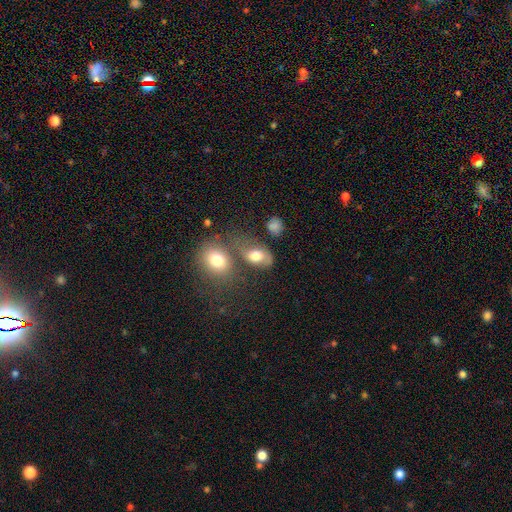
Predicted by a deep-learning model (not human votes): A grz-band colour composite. It shows a smooth galaxy with no disk features (71%) that is in between round and cigar-shaped (80%). Merging: none (43%).